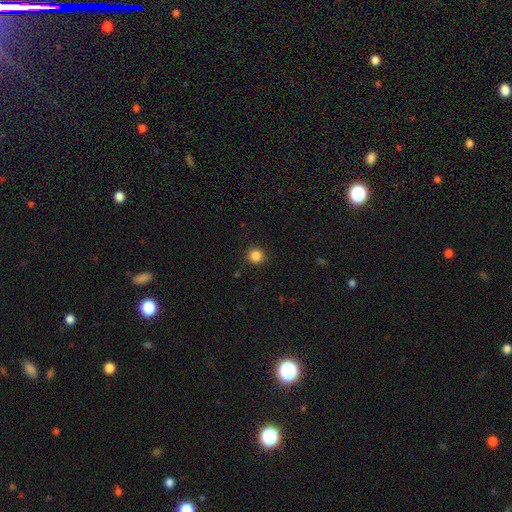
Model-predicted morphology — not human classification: This is clearly a smooth galaxy (86%). How rounded: clearly round (95%). Merging: clearly none (92%).